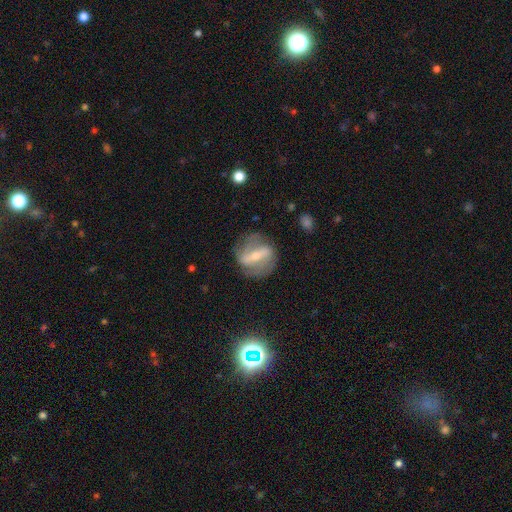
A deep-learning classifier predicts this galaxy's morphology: A featured or disk galaxy (76%) with a strong bar (67%), 2 (73%) medium (41%) spiral arms (74%) and a small central bulge (52%). Merging: none (71%).